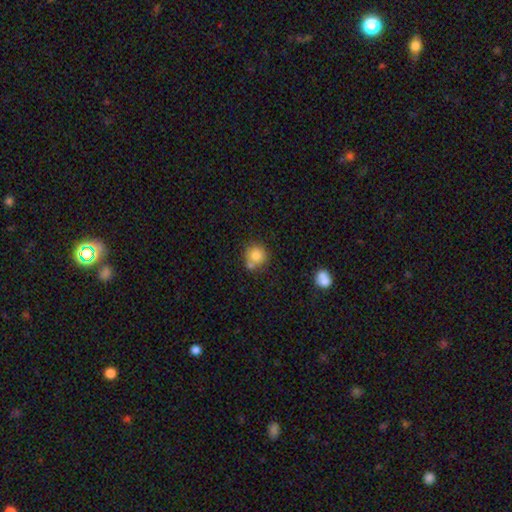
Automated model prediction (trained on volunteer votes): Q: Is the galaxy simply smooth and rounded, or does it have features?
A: smooth — 80%.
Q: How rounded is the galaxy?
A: round — 87%.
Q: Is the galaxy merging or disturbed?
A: none — 57%.